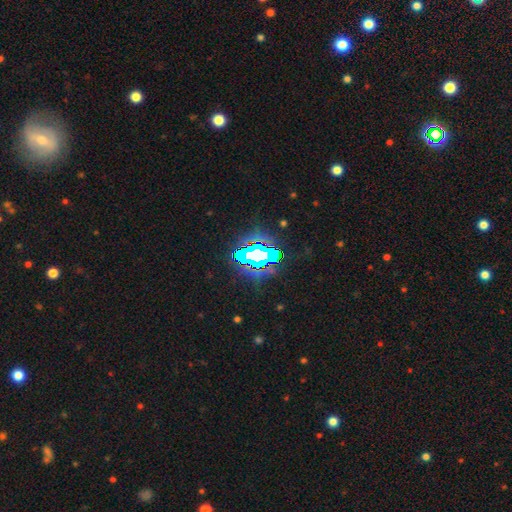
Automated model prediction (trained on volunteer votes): This appears to be a star or artifact, not a galaxy (66%).